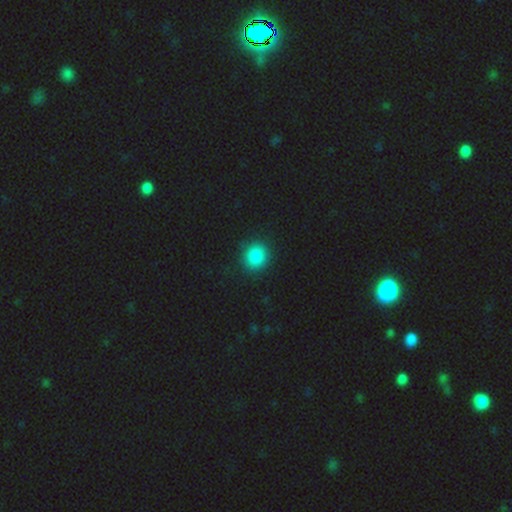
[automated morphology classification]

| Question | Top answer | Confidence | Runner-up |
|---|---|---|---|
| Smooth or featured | smooth | 85% | star or artifact (11%) |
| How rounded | round | 81% | in between (18%) |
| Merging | none | 89% | minor disturbance (7%) |